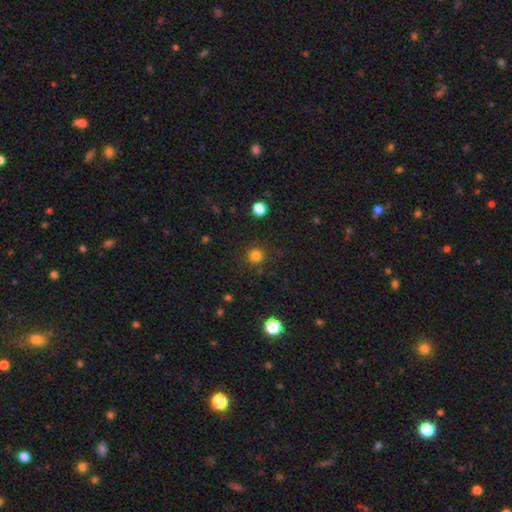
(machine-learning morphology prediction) A smooth galaxy with no disk features (81%) that is round (94%).

Vote fractions:
- Smooth or featured? smooth: 81% / star or artifact: 15% / featured or disk: 4%
- How rounded? round: 94% / in between: 6% / cigar-shaped: 1%
- Merging? none: 89% / minor disturbance: 7% / major disturbance: 3% / merger: 2%